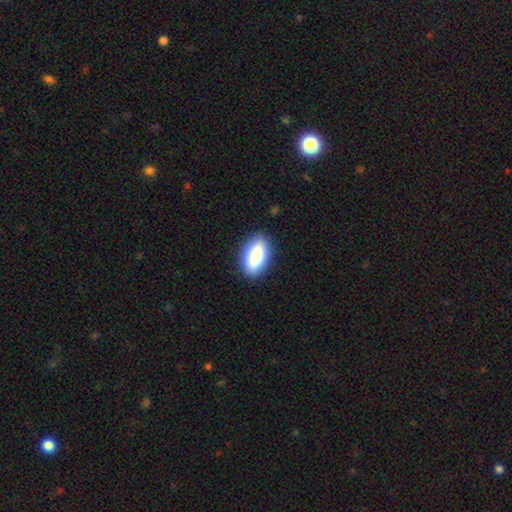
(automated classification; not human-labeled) This is clearly a smooth galaxy (81%). How rounded: clearly in between (88%). Merging: clearly none (88%).